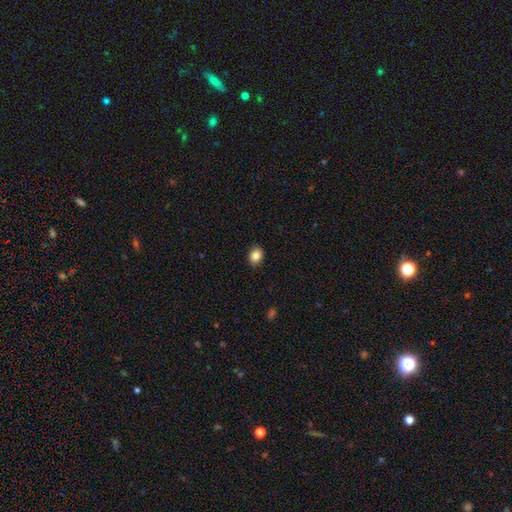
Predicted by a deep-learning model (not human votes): Q: Smooth or featured?
A: smooth (86%); runner-up: star or artifact (9%)
Q: How rounded?
A: round (50%); runner-up: in between (49%)
Q: Merging?
A: none (89%); runner-up: minor disturbance (9%)